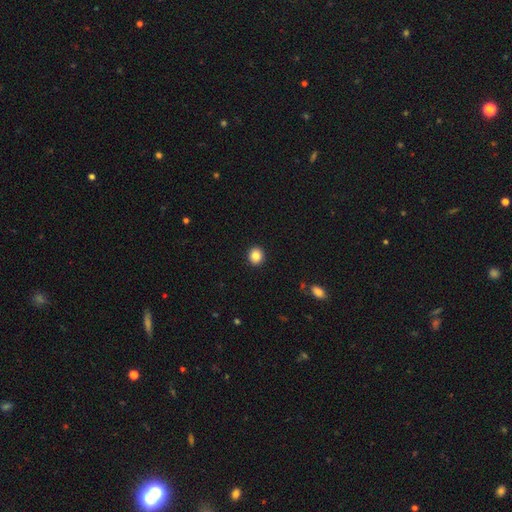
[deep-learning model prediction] smooth-or-featured: smooth: 85% | star or artifact: 9% | featured or disk: 6%
  how-rounded: round: 82% | in between: 17% | cigar-shaped: 1%
  merging: none: 93% | minor disturbance: 5% | major disturbance: 2% | merger: 1%